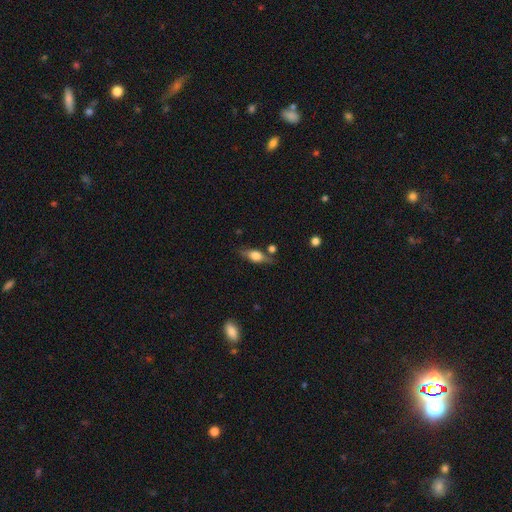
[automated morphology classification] Smooth or featured? smooth (46%)
Merging? none (71%)